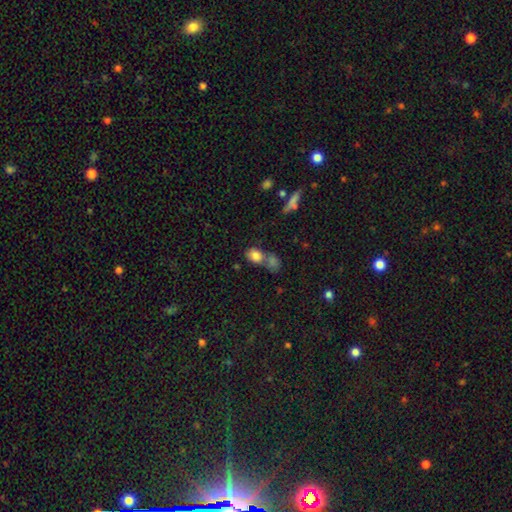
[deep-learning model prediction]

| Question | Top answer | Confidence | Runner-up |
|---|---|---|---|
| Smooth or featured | smooth | 80% | star or artifact (11%) |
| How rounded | in between | 67% | round (31%) |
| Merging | merger | 46% | none (39%) |